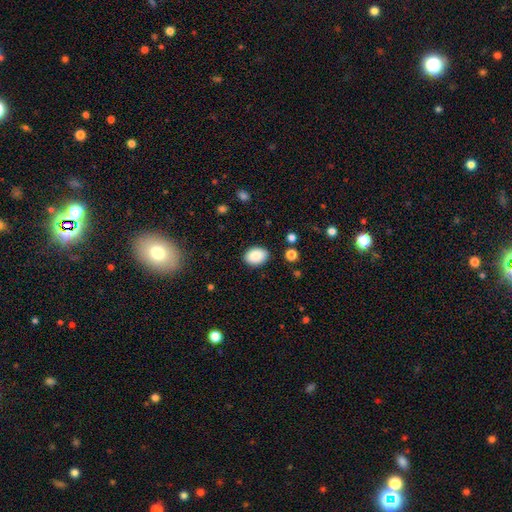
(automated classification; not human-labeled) Smooth or featured? smooth (88%)
How rounded? in between (80%)
Merging? none (87%)